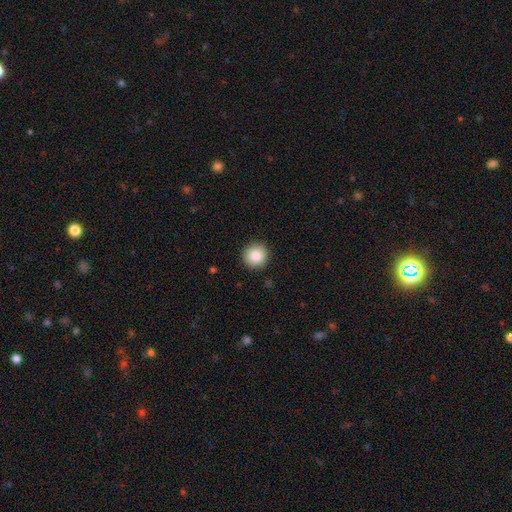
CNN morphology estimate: Smooth or featured? Predicted: smooth (p=0.86). How rounded? Predicted: round (p=0.94). Merging? Predicted: none (p=0.91).